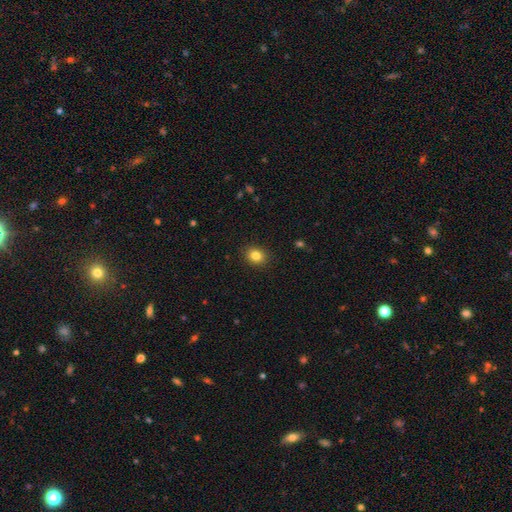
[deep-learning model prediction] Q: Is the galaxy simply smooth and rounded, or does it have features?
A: smooth — 83%.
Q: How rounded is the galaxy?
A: round — 59%.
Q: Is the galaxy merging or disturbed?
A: none — 90%.